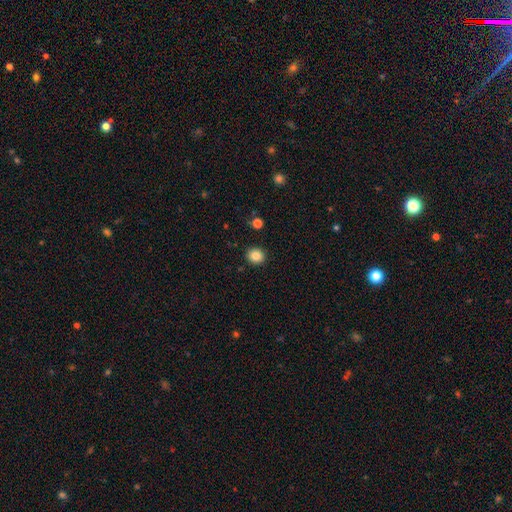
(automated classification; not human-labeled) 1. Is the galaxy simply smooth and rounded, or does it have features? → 84% smooth, 11% star or artifact, 5% featured or disk.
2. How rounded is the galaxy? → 84% round, 15% in between, 1% cigar-shaped.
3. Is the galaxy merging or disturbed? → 91% none, 6% minor disturbance, 2% major disturbance, 1% merger.